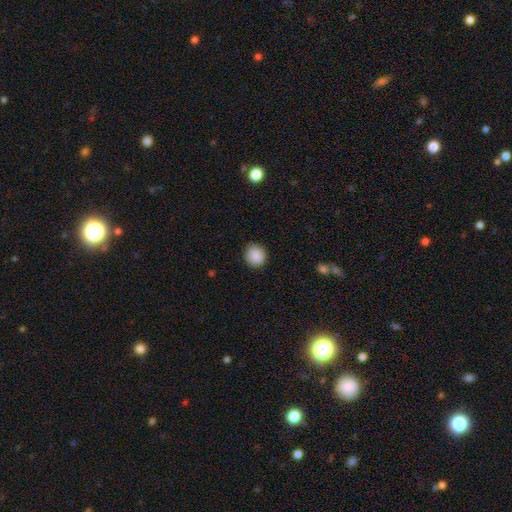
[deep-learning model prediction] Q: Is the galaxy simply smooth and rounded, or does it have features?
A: smooth — 89%.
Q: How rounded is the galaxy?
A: round — 89%.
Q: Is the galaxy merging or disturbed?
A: none — 88%.